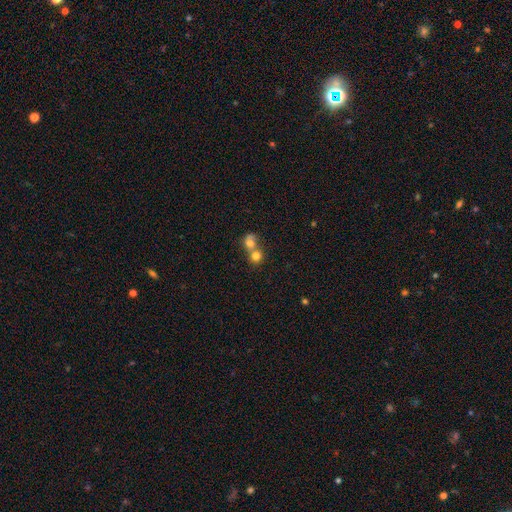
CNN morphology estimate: smooth-or-featured: smooth: 76% | featured or disk: 14% | star or artifact: 11%
  how-rounded: round: 79% | in between: 20% | cigar-shaped: 1%
  merging: merger: 65% | none: 27% | minor disturbance: 5% | major disturbance: 3%